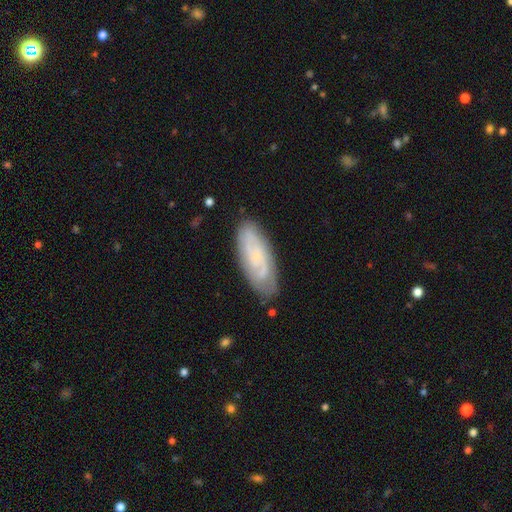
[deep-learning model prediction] A featured or disk galaxy (52%). Merging: none (79%).